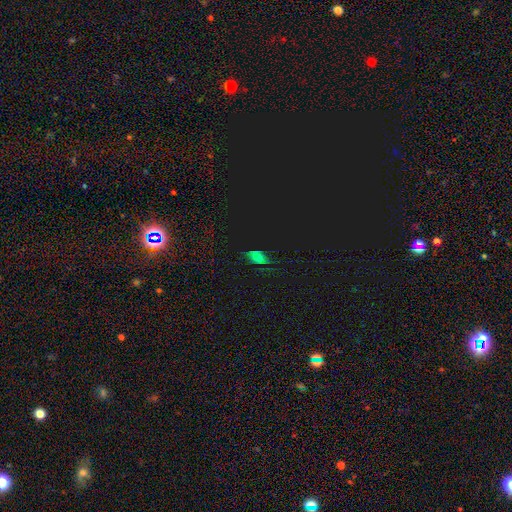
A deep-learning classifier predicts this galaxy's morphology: This is possibly a star or artifact rather than a galaxy (52%).